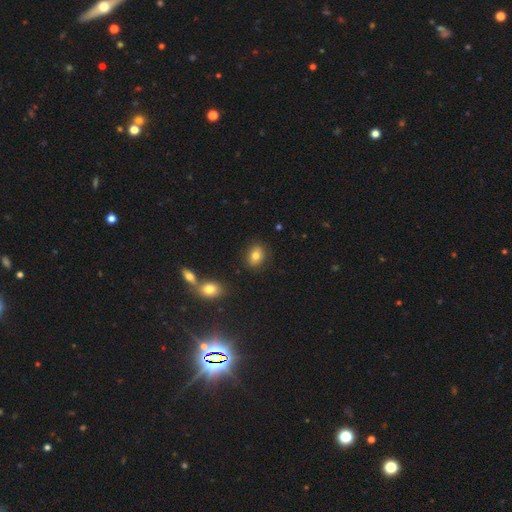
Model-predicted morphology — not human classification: The model was most divided on "how rounded": in between: 64%, round: 35%, cigar-shaped: 1%. More confident: merging — none (85%); smooth or featured — smooth (80%).